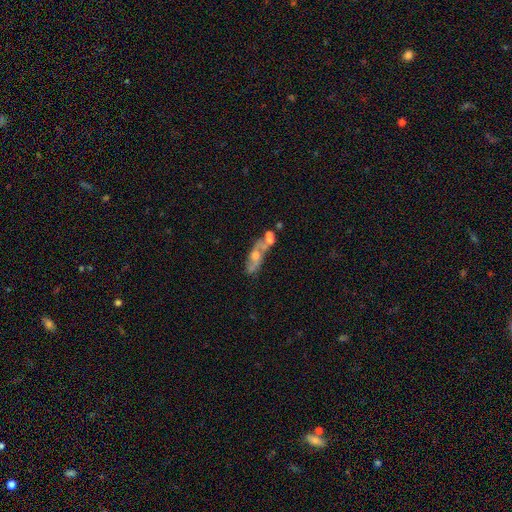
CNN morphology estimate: A featured or disk galaxy (60%). Merging: none (43%).